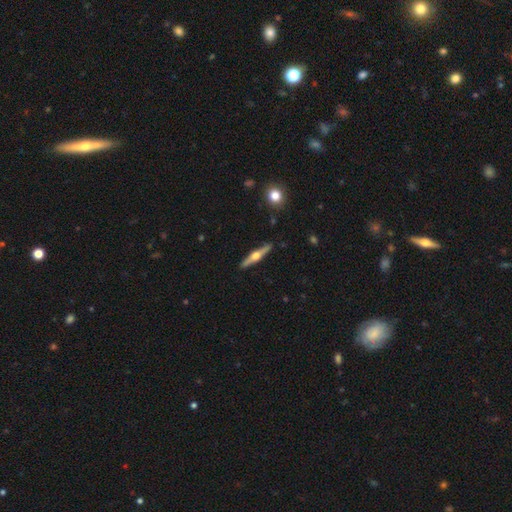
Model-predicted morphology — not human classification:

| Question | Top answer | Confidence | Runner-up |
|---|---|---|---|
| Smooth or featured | featured or disk | 71% | smooth (24%) |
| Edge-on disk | yes | 97% | no (3%) |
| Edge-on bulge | rounded | 95% | boxy (3%) |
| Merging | none | 91% | minor disturbance (6%) |